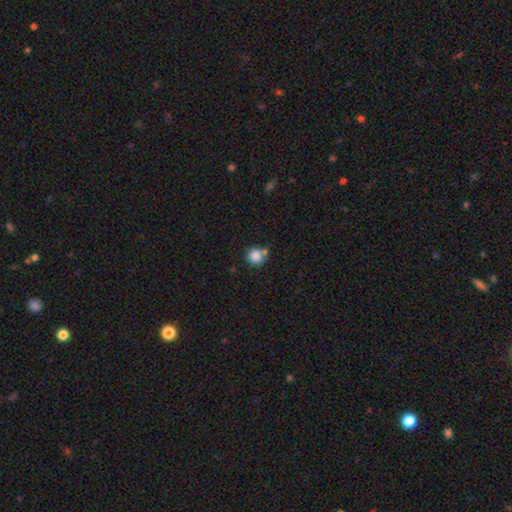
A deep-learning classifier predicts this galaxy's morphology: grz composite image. It shows a smooth galaxy with no disk features (85%) that is round (92%). Merging: none (69%).